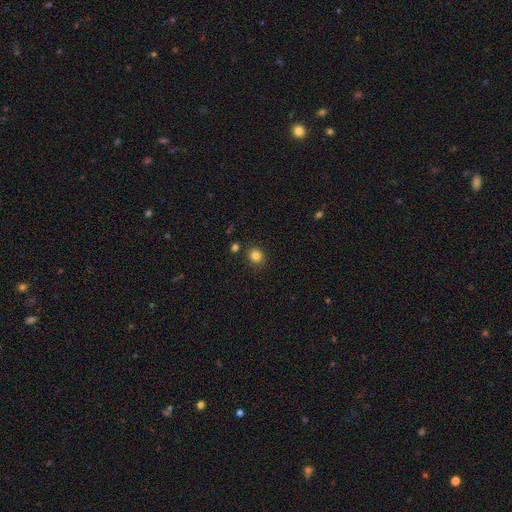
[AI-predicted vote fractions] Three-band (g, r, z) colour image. It shows a smooth galaxy with no disk features (83%) that is round (82%). Merging: none (86%).